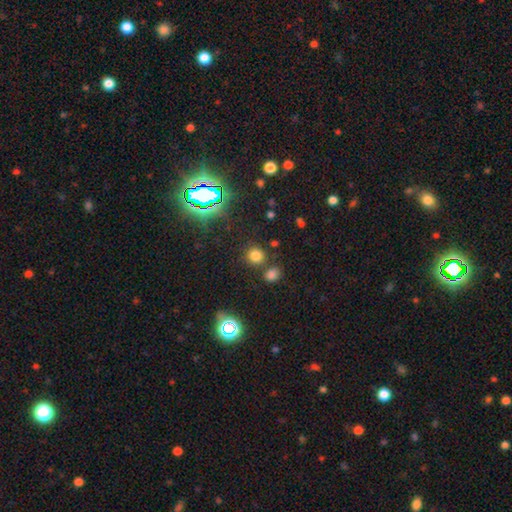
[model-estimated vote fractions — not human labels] Smooth or featured?
  - smooth: 72% *
  - star or artifact: 22%
  - featured or disk: 6%
How rounded?
  - round: 89% *
  - in between: 10%
  - cigar-shaped: 1%
Merging?
  - none: 78% *
  - merger: 11%
  - minor disturbance: 8%
  - major disturbance: 4%